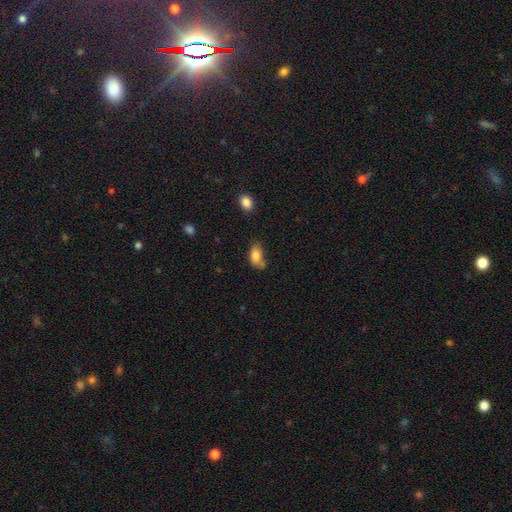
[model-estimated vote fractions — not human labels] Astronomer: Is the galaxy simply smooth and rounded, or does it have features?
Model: smooth — 82%.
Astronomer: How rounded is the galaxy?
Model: in between — 89%.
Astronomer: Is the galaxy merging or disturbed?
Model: none — 47% (runner-up: minor disturbance, 27%).